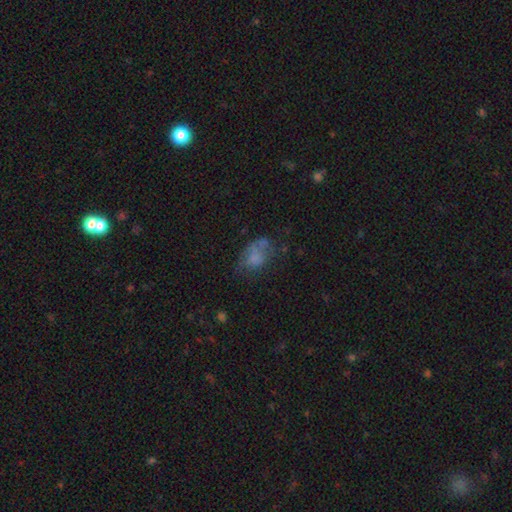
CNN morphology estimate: smooth 58%, featured or disk 27%, star or artifact 15%. Down the decision tree: how rounded — in between (78%); merging — none (36%).